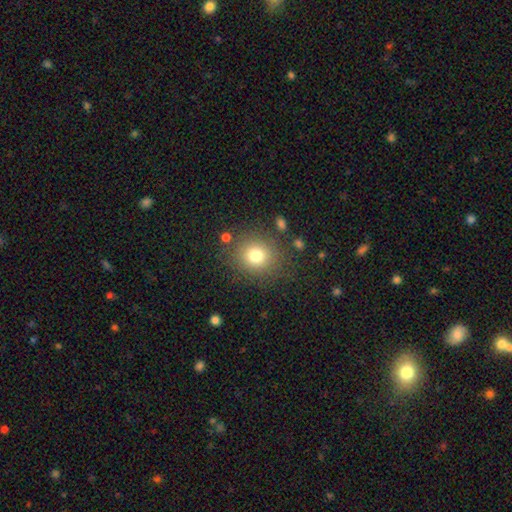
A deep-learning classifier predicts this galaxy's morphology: Smooth or featured? Predicted: smooth (p=0.77). How rounded? Predicted: round (p=0.82). Merging? Predicted: none (p=0.82).